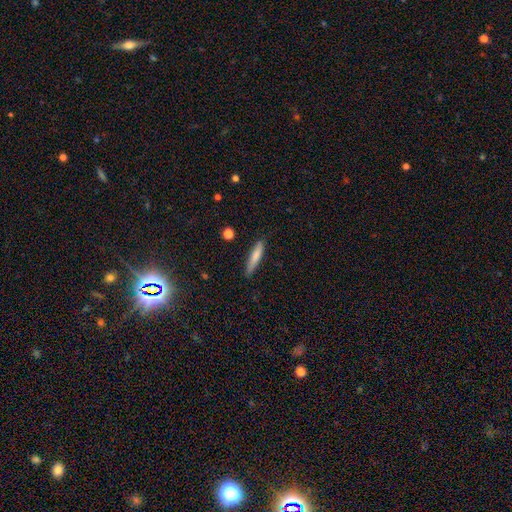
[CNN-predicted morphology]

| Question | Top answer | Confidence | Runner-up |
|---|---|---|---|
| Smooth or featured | smooth | 75% | featured or disk (19%) |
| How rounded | cigar-shaped | 89% | in between (9%) |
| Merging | none | 84% | minor disturbance (12%) |